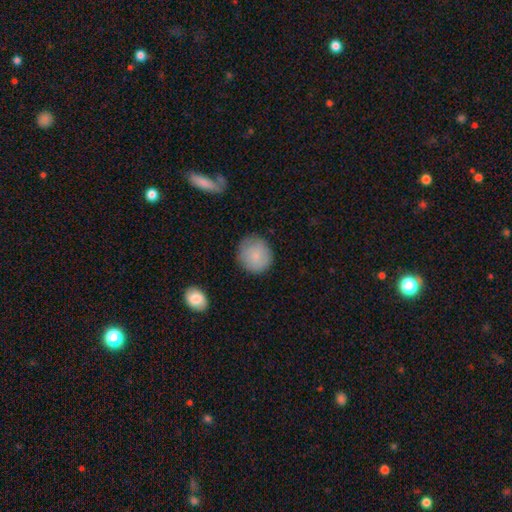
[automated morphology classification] A smooth galaxy with no disk features (83%) that is round (90%). Merging: none (81%).